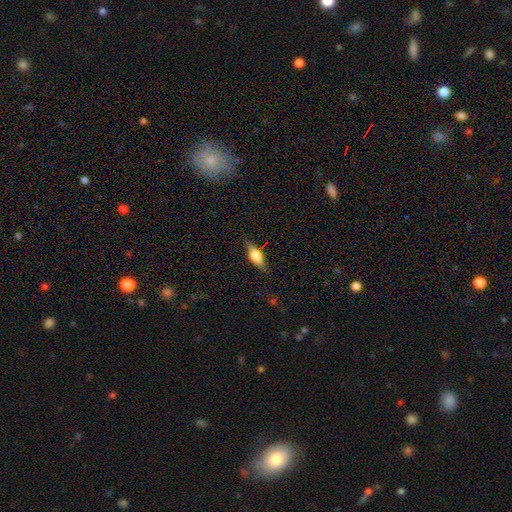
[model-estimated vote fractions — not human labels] smooth-or-featured: smooth: 47% | featured or disk: 46% | star or artifact: 8%
  merging: none: 81% | minor disturbance: 15% | major disturbance: 3% | merger: 1%